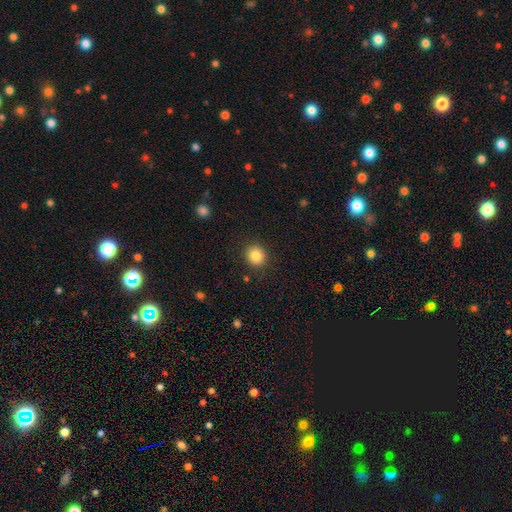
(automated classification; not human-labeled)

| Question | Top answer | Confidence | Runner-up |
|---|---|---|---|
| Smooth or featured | smooth | 84% | star or artifact (10%) |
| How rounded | round | 87% | in between (12%) |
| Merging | none | 89% | minor disturbance (7%) |